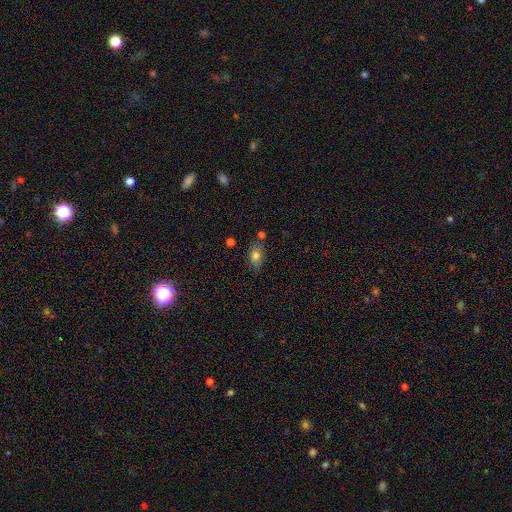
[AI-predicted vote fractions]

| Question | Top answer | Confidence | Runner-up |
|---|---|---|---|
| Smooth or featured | smooth | 77% | featured or disk (13%) |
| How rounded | in between | 82% | round (13%) |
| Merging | none | 72% | minor disturbance (16%) |